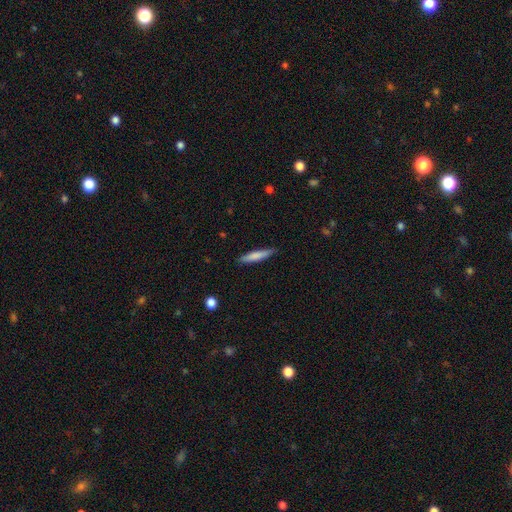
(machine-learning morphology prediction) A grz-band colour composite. It shows a smooth galaxy with no disk features (78%) that is cigar-shaped (90%). Merging: none (87%).